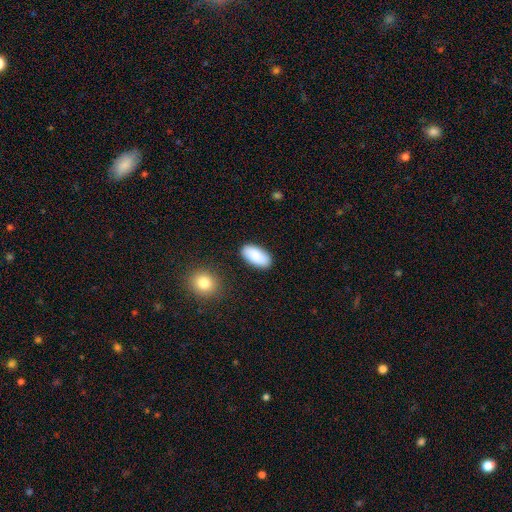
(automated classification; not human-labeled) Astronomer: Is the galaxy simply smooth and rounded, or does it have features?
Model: smooth — 89%.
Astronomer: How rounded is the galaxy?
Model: in between — 93%.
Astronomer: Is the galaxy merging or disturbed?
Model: none — 86%.